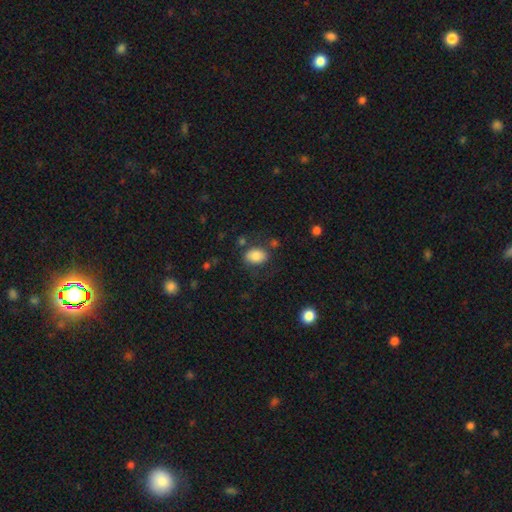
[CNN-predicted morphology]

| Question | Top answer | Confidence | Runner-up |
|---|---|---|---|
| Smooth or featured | smooth | 85% | star or artifact (8%) |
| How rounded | in between | 80% | round (19%) |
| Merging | none | 73% | minor disturbance (16%) |